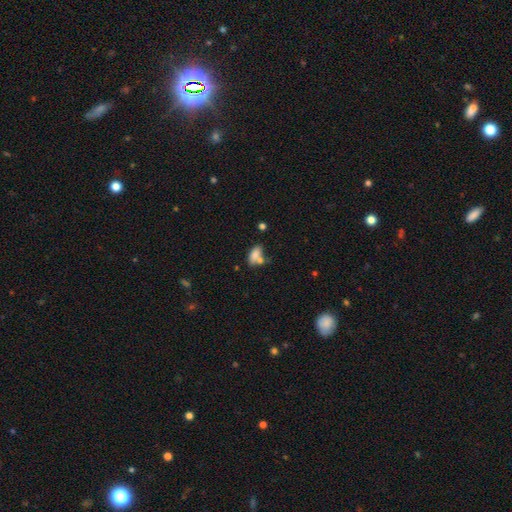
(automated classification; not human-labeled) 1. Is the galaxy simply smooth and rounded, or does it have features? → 78% smooth, 13% featured or disk, 9% star or artifact.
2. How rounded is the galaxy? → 87% in between, 8% cigar-shaped, 5% round.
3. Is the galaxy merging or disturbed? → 41% none, 36% merger, 16% minor disturbance, 7% major disturbance.